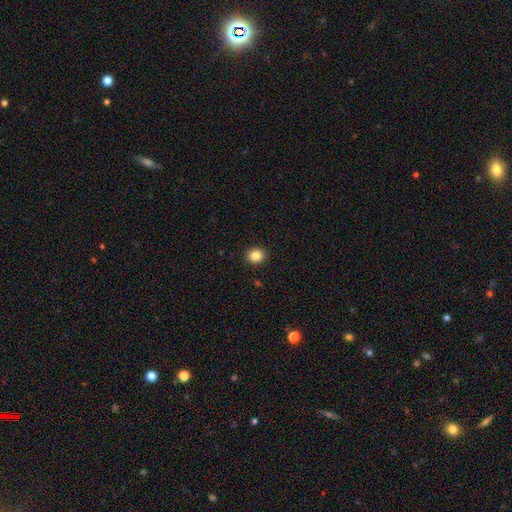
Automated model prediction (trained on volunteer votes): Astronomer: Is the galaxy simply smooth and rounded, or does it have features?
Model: smooth — 85%.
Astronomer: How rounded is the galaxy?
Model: round — 83%.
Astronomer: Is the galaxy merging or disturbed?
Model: none — 92%.